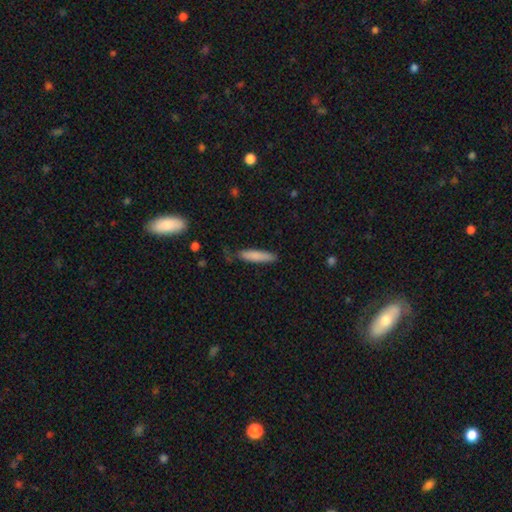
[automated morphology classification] This appears to be a smooth galaxy with no disk features (81%) that is cigar-shaped (85%). Merging: none (74%).